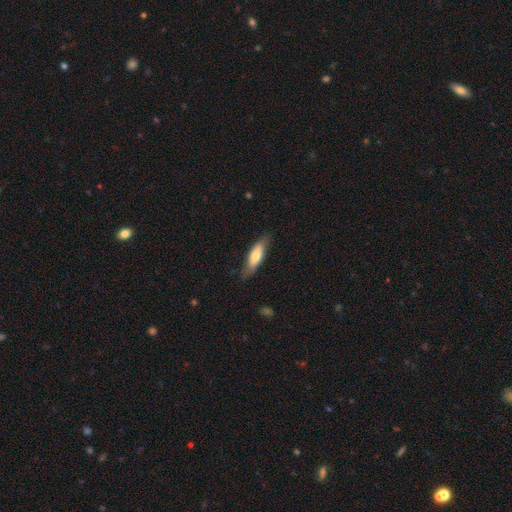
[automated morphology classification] This appears to be a smooth galaxy with no disk features (66%) that is cigar-shaped (52%). Merging: none (78%).